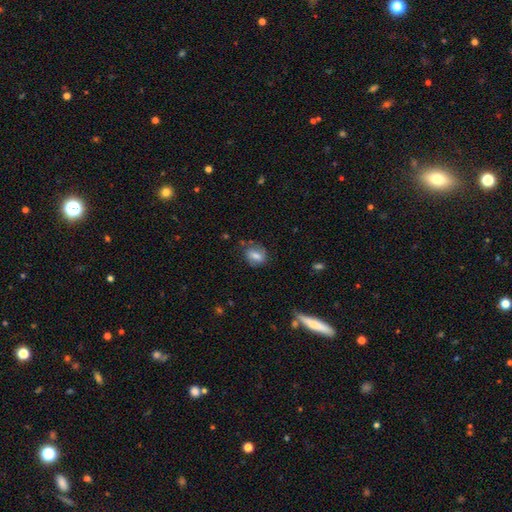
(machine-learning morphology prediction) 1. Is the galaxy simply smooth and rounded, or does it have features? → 65% smooth, 26% featured or disk, 9% star or artifact.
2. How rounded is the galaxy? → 63% in between, 33% round, 4% cigar-shaped.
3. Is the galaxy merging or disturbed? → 69% none, 21% minor disturbance, 7% major disturbance, 3% merger.